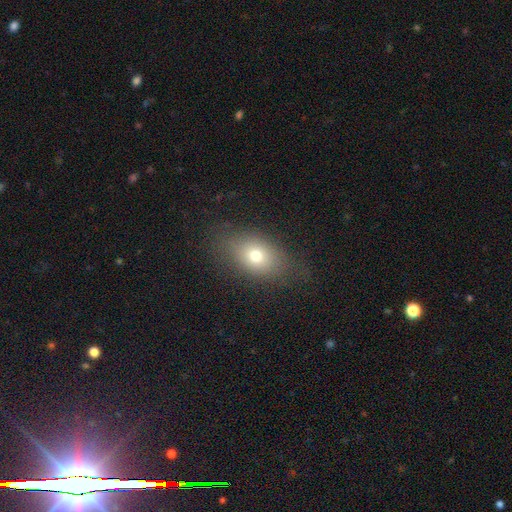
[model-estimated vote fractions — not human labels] smooth 71%, featured or disk 16%, star or artifact 13%. Down the decision tree: how rounded — in between (73%); merging — none (77%).